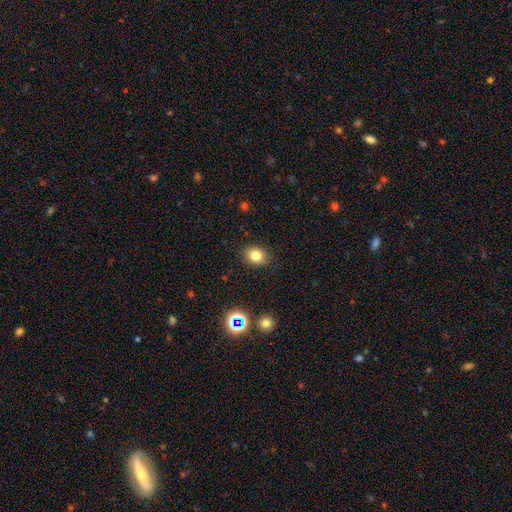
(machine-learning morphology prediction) This is likely a smooth galaxy (80%). How rounded: possibly round (53%). Merging: clearly none (87%).